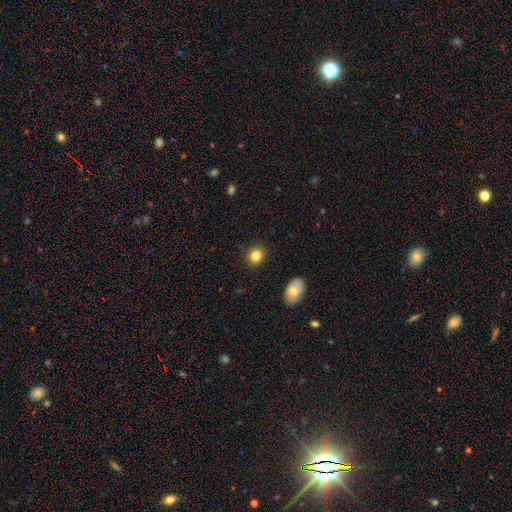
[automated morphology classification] Q: Smooth or featured?
A: smooth (83%); runner-up: star or artifact (10%)
Q: How rounded?
A: round (77%); runner-up: in between (22%)
Q: Merging?
A: none (90%); runner-up: minor disturbance (7%)